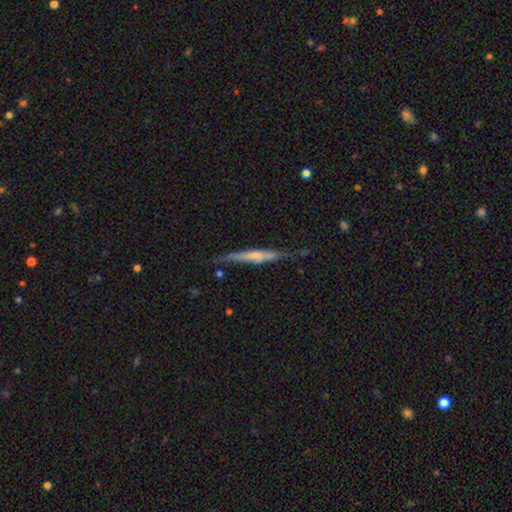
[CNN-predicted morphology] smooth_or_featured: featured or disk (p=0.57) [alt: smooth p=0.37]
disk_edge_on: yes (p=0.94) [alt: no p=0.06]
edge_on_bulge: none (p=0.44) [alt: rounded p=0.38]
merging: none (p=0.71) [alt: minor disturbance p=0.20]